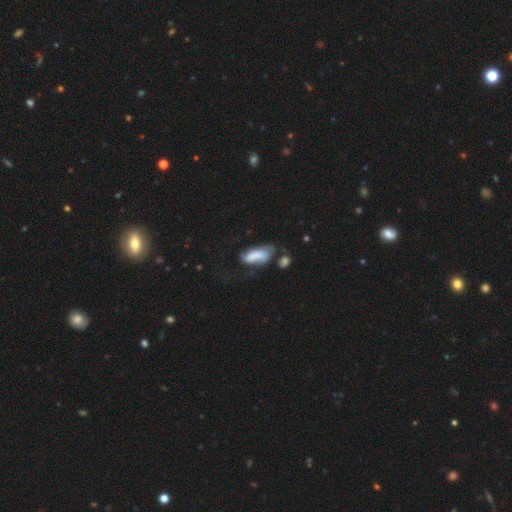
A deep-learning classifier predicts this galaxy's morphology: smooth-or-featured: smooth: 66% | featured or disk: 26% | star or artifact: 8%
  how-rounded: in between: 80% | cigar-shaped: 17% | round: 3%
  merging: major disturbance: 30% | none: 27% | minor disturbance: 26% | merger: 17%